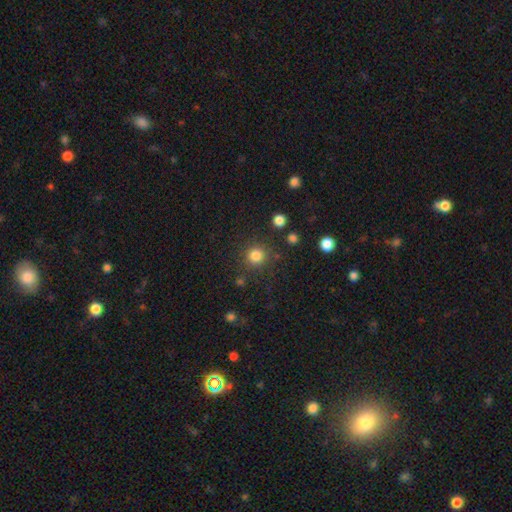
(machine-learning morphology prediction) Smooth or featured? smooth (83%)
How rounded? round (93%)
Merging? none (85%)